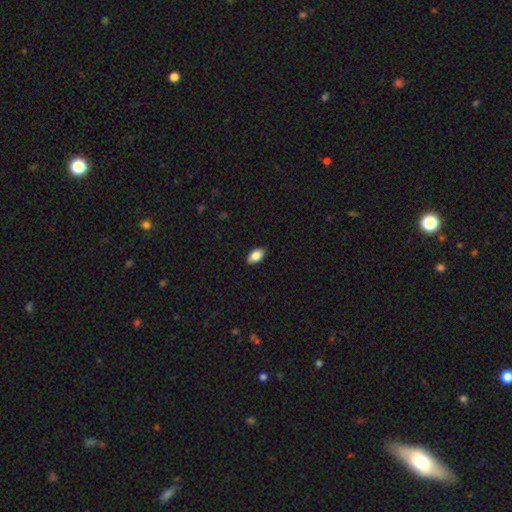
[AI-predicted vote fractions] A smooth galaxy with no disk features (85%) that is in between round and cigar-shaped (93%). Merging: none (90%).